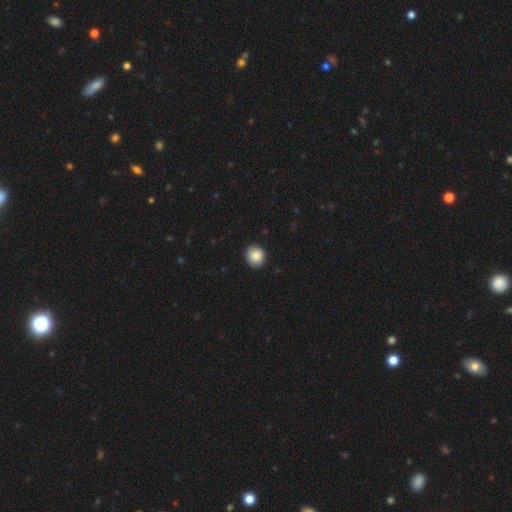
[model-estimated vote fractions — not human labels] This appears to be a smooth galaxy with no disk features (88%) that is round (90%). Merging: none (91%).